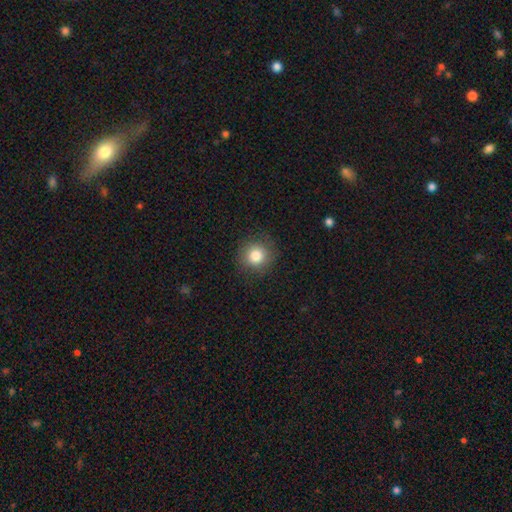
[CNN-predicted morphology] The model was most divided on "smooth or featured": smooth: 82%, star or artifact: 11%, featured or disk: 8%. More confident: how rounded — round (92%); merging — none (87%).